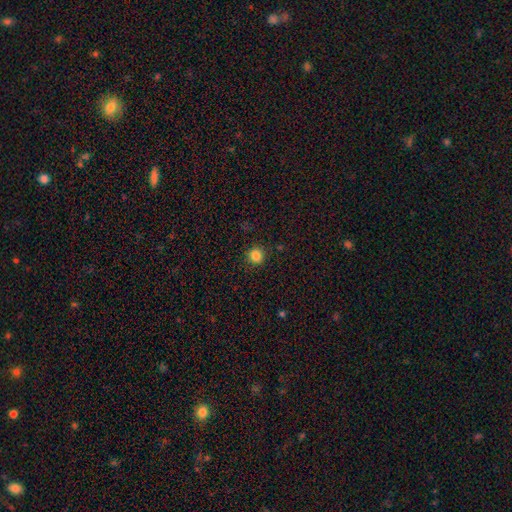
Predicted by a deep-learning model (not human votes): Q: Smooth or featured?
A: smooth (84%); runner-up: star or artifact (12%)
Q: How rounded?
A: round (91%); runner-up: in between (8%)
Q: Merging?
A: none (90%); runner-up: minor disturbance (7%)